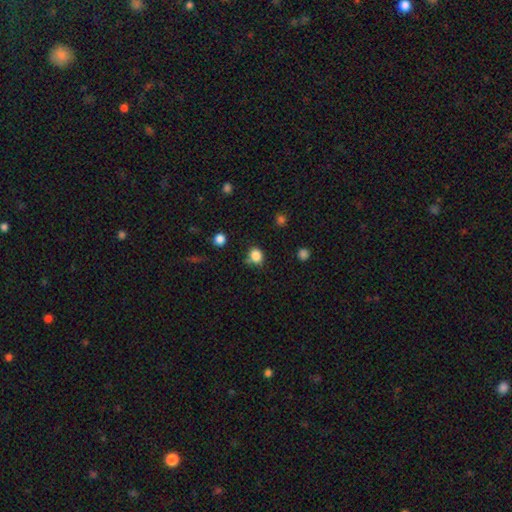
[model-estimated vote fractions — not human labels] Smooth or featured: smooth — 84% (star or artifact — 12%)
How rounded: round — 61% (in between — 38%)
Merging: none — 70% (minor disturbance — 18%)